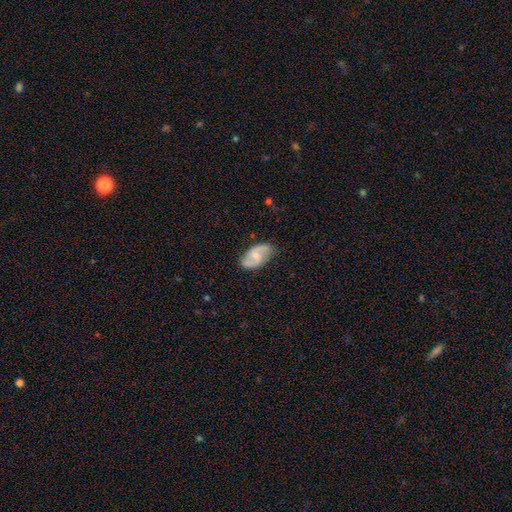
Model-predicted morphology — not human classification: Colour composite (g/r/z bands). It shows a featured or disk galaxy (62%) with a weak bar (49%), 2 (88%) medium (44%) spiral arms (89%) and a small central bulge (45%). Merging: none (76%).